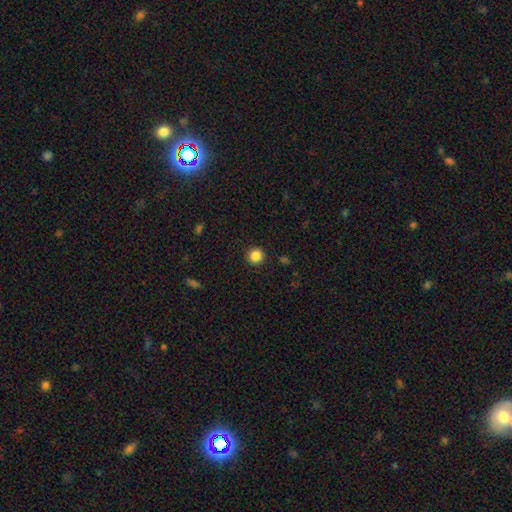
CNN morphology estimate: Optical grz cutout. It shows a smooth galaxy with no disk features (86%) that is round (95%). Merging: none (92%).